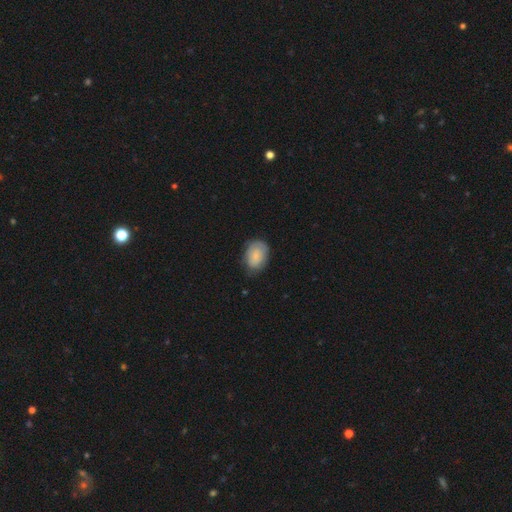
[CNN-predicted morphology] type=smooth (74%); roundness=in between (78%); merging=none (67%).